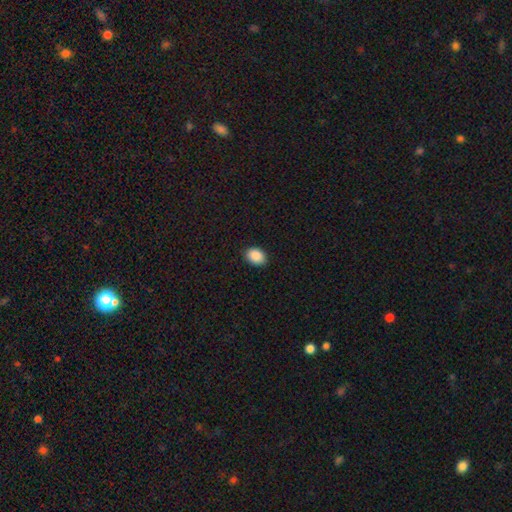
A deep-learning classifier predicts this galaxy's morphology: Smooth or featured? smooth (90%)
How rounded? in between (69%)
Merging? none (89%)